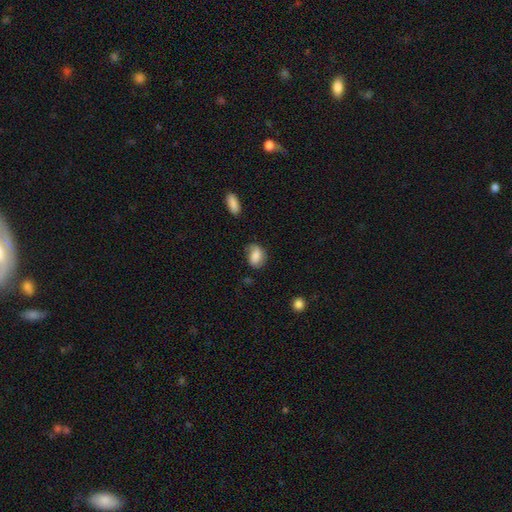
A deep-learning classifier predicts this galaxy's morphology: The model was most divided on "merging": none: 59%, minor disturbance: 29%, major disturbance: 9%, merger: 2%. More confident: smooth or featured — smooth (74%); how rounded — in between (72%).